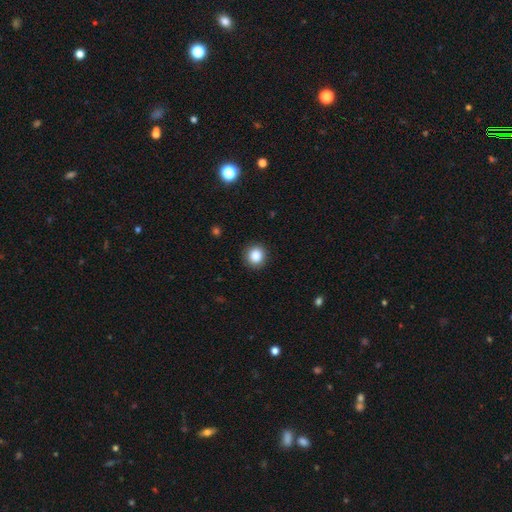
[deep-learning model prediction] A smooth galaxy with no disk features (87%) that is round (89%).

Vote fractions:
- Smooth or featured? smooth: 87% / star or artifact: 10% / featured or disk: 4%
- How rounded? round: 89% / in between: 10% / cigar-shaped: 1%
- Merging? none: 89% / minor disturbance: 8% / major disturbance: 2% / merger: 1%